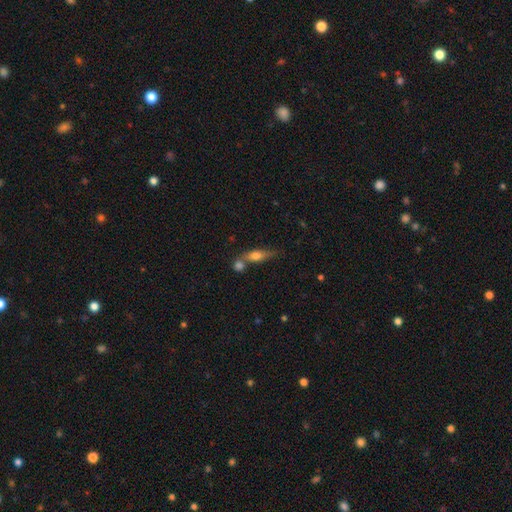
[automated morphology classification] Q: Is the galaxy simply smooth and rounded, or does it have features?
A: smooth — 62%.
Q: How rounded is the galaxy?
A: in between — 48%.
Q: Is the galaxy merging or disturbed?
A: none — 44%.